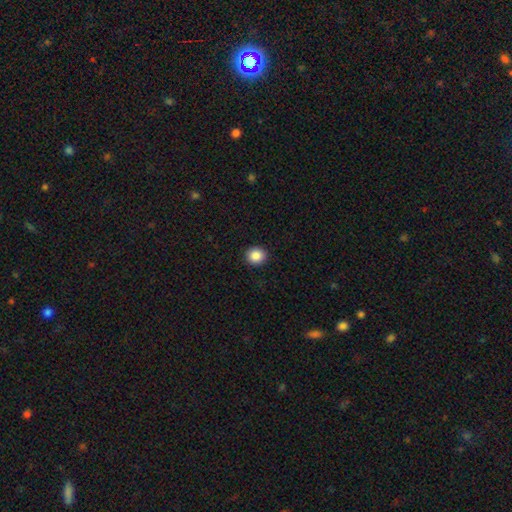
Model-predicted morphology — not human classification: This is clearly a smooth galaxy (88%). How rounded: clearly round (88%). Merging: clearly none (93%).